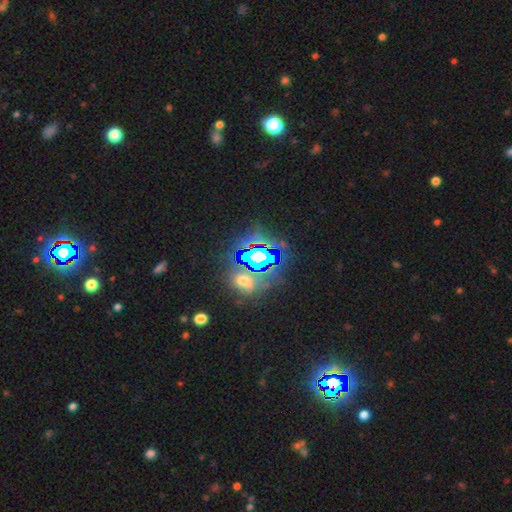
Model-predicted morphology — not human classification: smooth_or_featured: star or artifact (p=0.73) [alt: smooth p=0.15]